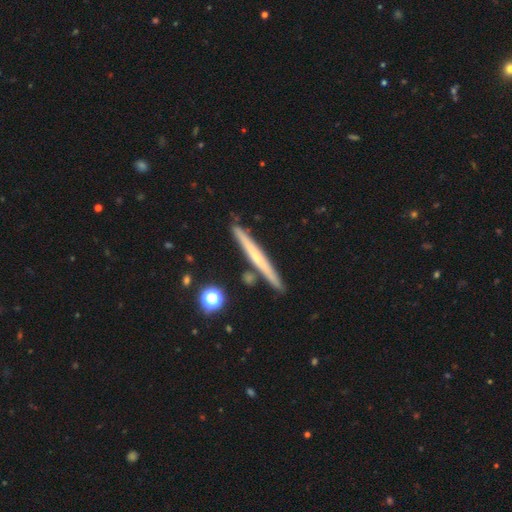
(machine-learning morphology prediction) smooth-or-featured: featured or disk: 55% | smooth: 39% | star or artifact: 6%
  disk-edge-on: yes: 96% | no: 4%
    edge-on-bulge: none: 66% | rounded: 29% | boxy: 5%
  merging: none: 87% | minor disturbance: 8% | merger: 4% | major disturbance: 2%